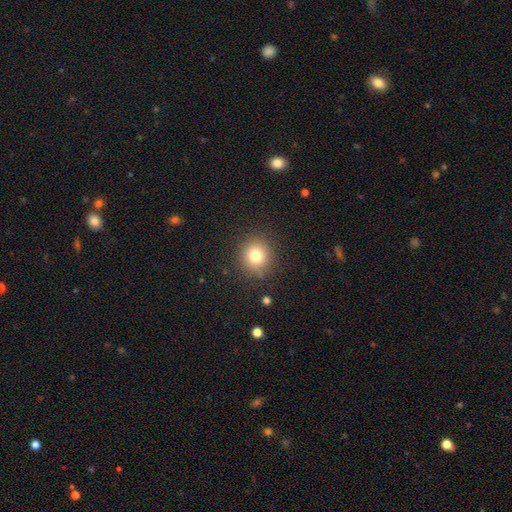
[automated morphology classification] Smooth or featured? Predicted: smooth (p=0.78). How rounded? Predicted: round (p=0.89). Merging? Predicted: none (p=0.87).